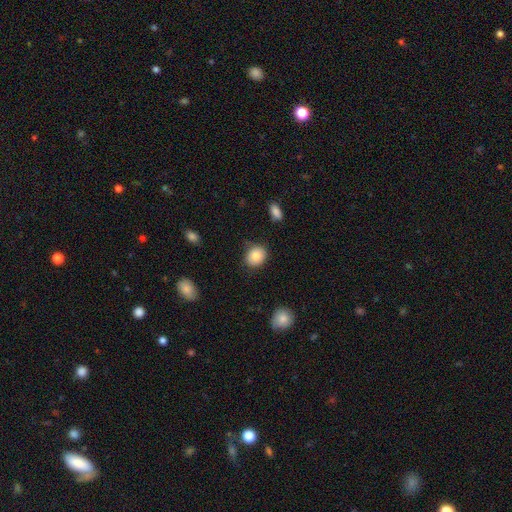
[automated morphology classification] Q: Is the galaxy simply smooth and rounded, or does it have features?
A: smooth — 84%.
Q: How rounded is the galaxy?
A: round — 65%.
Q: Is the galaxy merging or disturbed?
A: none — 81%.